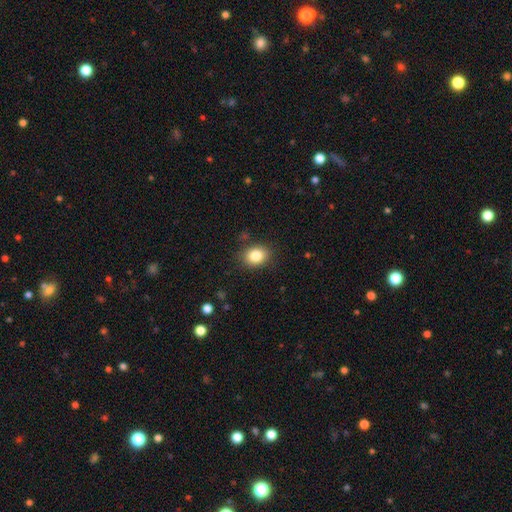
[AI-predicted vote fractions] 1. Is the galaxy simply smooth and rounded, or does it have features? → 84% smooth, 10% star or artifact, 7% featured or disk.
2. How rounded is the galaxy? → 52% in between, 47% round, 1% cigar-shaped.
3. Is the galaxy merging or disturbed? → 85% none, 10% minor disturbance, 3% major disturbance, 2% merger.